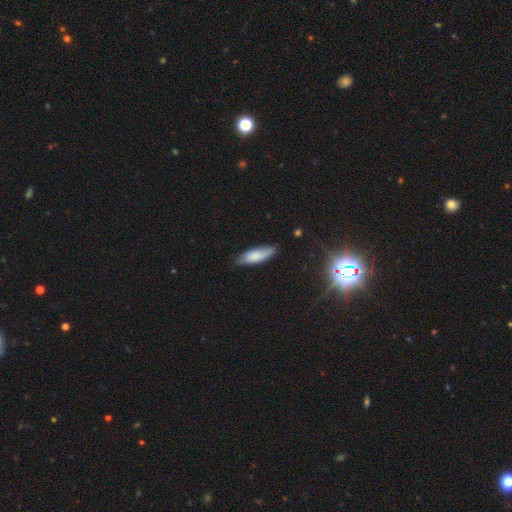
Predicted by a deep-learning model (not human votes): smooth_or_featured: smooth (p=0.79) [alt: featured or disk p=0.15]
how_rounded: in between (p=0.54) [alt: cigar-shaped p=0.44]
merging: none (p=0.74) [alt: minor disturbance p=0.21]